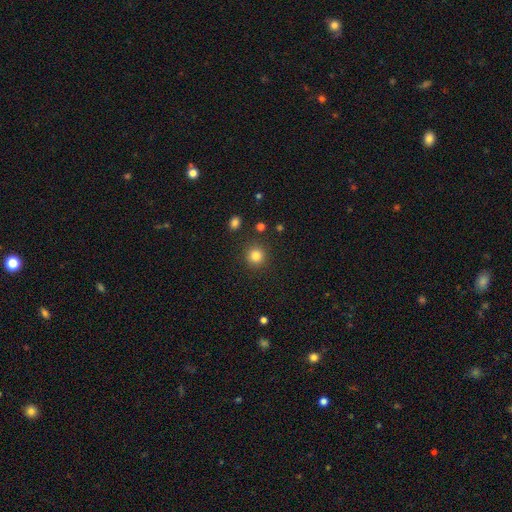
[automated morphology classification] Overall: smooth (83%). How rounded: round (93%). Merging: none (90%).